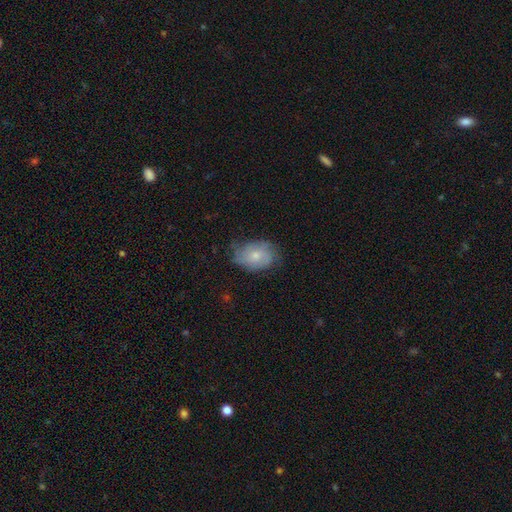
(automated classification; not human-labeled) smooth 59%, featured or disk 33%, star or artifact 7%. Down the decision tree: how rounded — in between (78%); merging — none (64%).